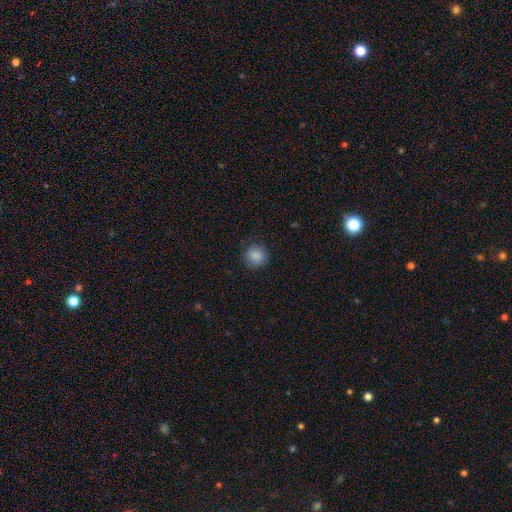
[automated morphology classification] smooth-or-featured: smooth: 87% | star or artifact: 9% | featured or disk: 4%
  how-rounded: round: 84% | in between: 15% | cigar-shaped: 1%
  merging: none: 85% | minor disturbance: 11% | major disturbance: 3% | merger: 1%